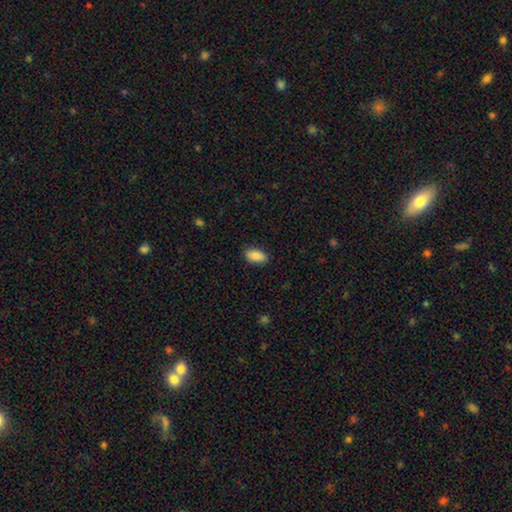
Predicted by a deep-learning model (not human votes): The model was most divided on "merging": none: 86%, minor disturbance: 10%, major disturbance: 2%, merger: 1%. More confident: how rounded — in between (92%); smooth or featured — smooth (88%).